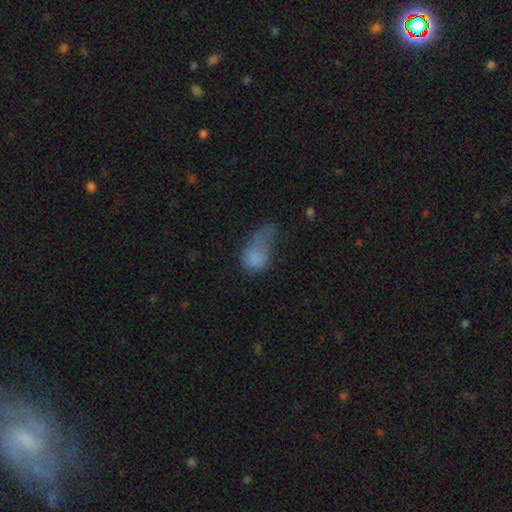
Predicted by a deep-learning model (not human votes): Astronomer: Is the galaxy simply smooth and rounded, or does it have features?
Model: smooth — 72%.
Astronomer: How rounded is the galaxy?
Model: in between — 75%.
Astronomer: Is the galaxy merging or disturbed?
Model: major disturbance — 55%.